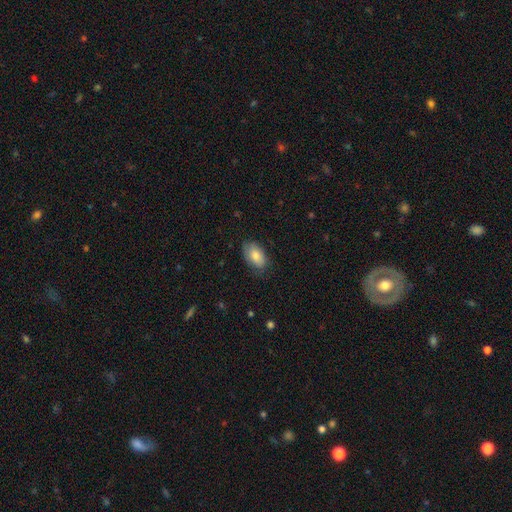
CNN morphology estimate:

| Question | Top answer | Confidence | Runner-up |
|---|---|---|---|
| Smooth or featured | smooth | 80% | featured or disk (13%) |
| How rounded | in between | 92% | round (6%) |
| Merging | none | 74% | minor disturbance (20%) |